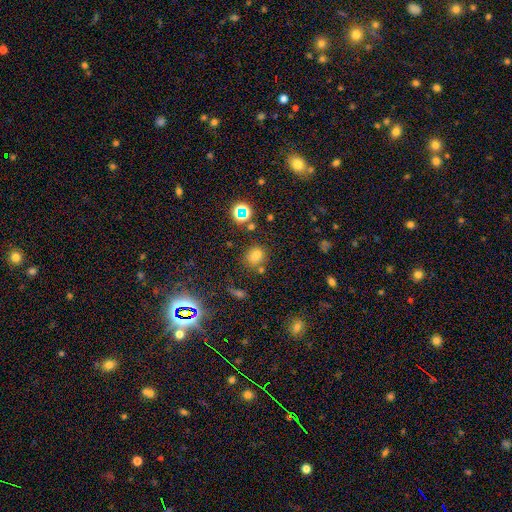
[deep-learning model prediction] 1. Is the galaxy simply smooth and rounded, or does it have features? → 68% smooth, 24% star or artifact, 8% featured or disk.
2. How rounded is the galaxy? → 52% round, 46% in between, 2% cigar-shaped.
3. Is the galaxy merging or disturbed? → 66% none, 15% minor disturbance, 12% merger, 6% major disturbance.